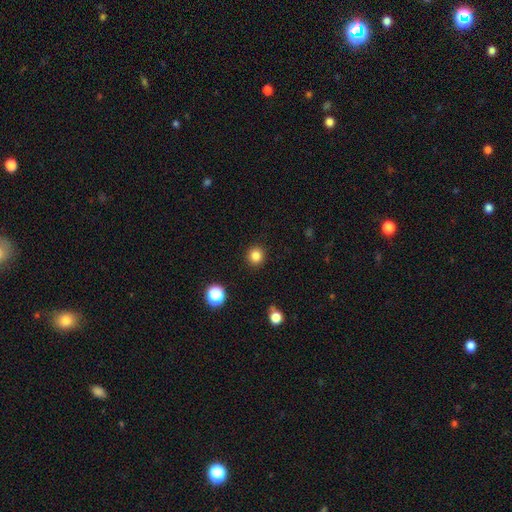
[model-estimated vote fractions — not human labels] smooth_or_featured: smooth (p=0.84) [alt: star or artifact p=0.12]
how_rounded: round (p=0.92) [alt: in between p=0.07]
merging: none (p=0.92) [alt: minor disturbance p=0.05]